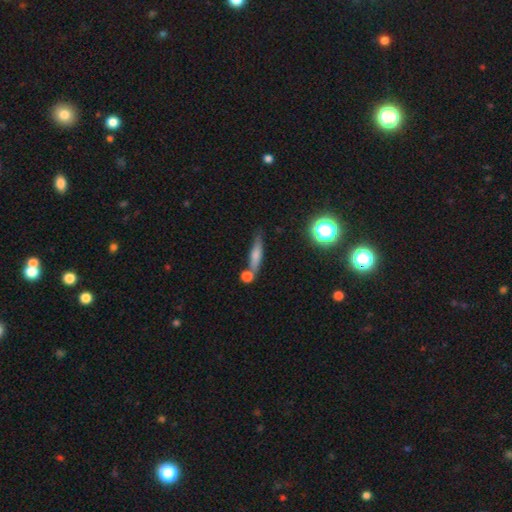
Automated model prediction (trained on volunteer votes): A smooth galaxy with no disk features (61%) that is cigar-shaped (72%). Merging: none (59%).